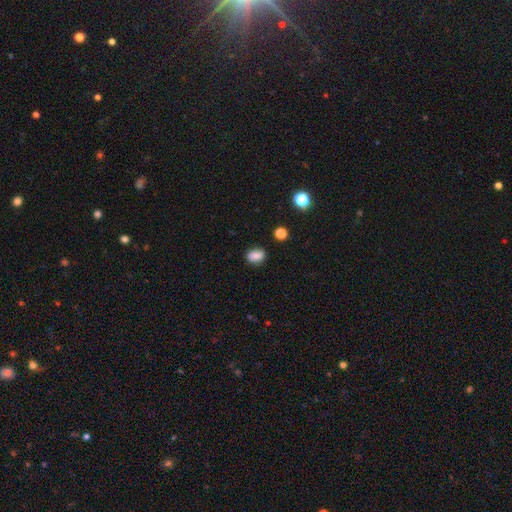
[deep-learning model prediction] smooth 79%, star or artifact 11%, featured or disk 10%. Down the decision tree: how rounded — in between (71%); merging — none (82%).